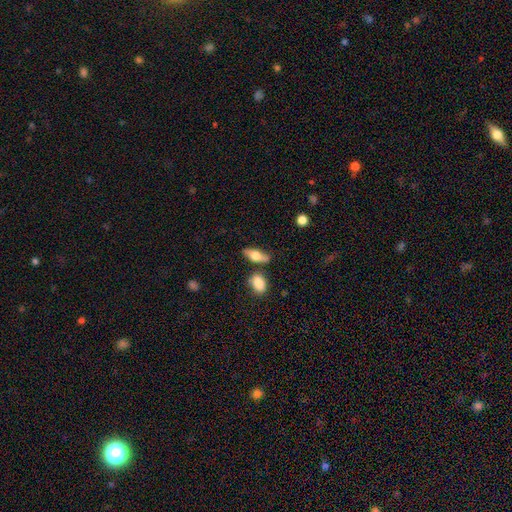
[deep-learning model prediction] Smooth or featured: smooth — 58% (featured or disk — 35%)
How rounded: in between — 69% (cigar-shaped — 26%)
Merging: none — 69% (minor disturbance — 15%)